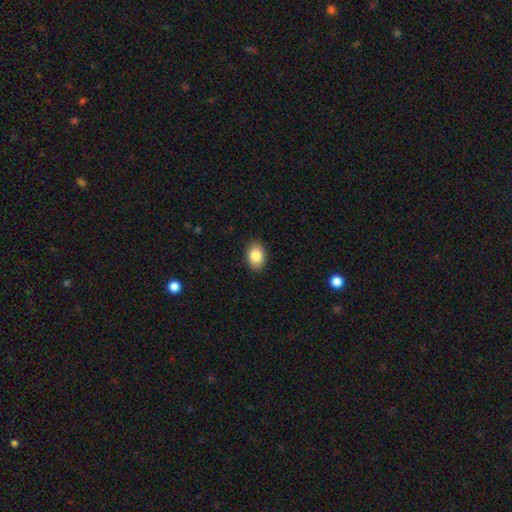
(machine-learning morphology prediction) smooth_or_featured: smooth (p=0.86) [alt: star or artifact p=0.08]
how_rounded: in between (p=0.81) [alt: round p=0.18]
merging: none (p=0.89) [alt: minor disturbance p=0.08]